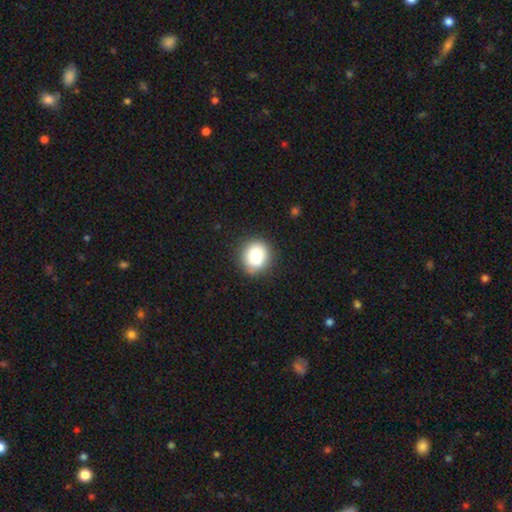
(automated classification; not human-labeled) A smooth galaxy with no disk features (81%) that is round (81%). Merging: none (83%).